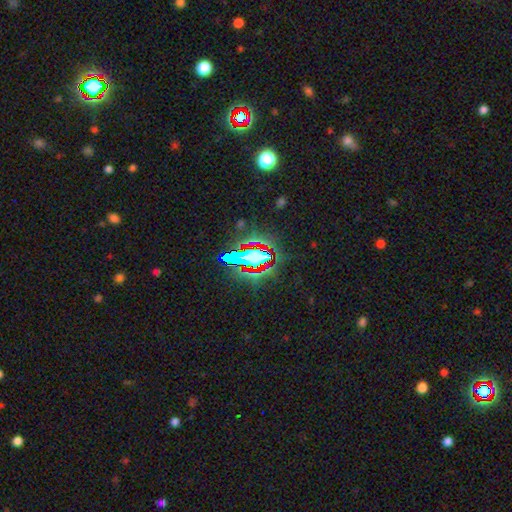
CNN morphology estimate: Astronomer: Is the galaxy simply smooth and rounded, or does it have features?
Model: star or artifact — 61%.